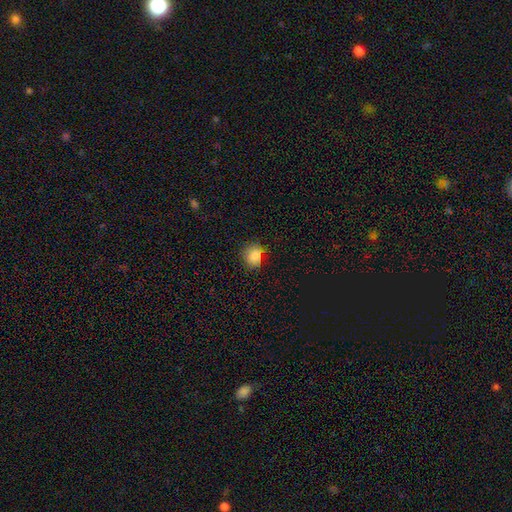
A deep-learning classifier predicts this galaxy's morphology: smooth_or_featured: smooth (p=0.81) [alt: star or artifact p=0.13]
how_rounded: round (p=0.72) [alt: in between p=0.27]
merging: none (p=0.78) [alt: minor disturbance p=0.16]